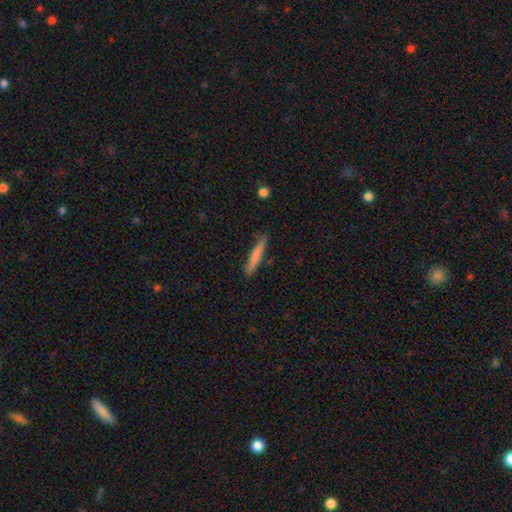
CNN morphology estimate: This appears to be a smooth galaxy with no disk features (70%) that is cigar-shaped (95%). Merging: none (85%).